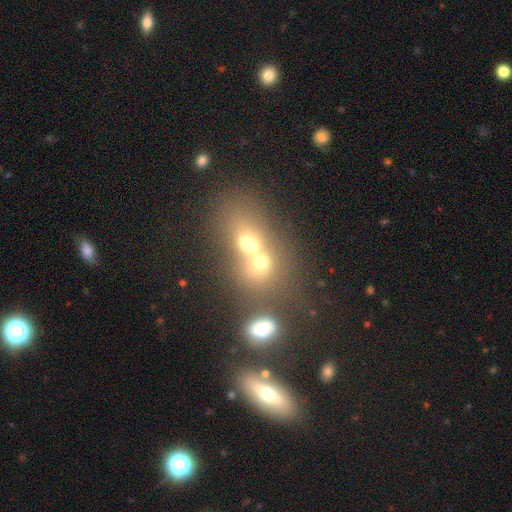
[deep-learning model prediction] Smooth or featured? smooth (54%)
How rounded? in between (50%)
Merging? merger (68%)